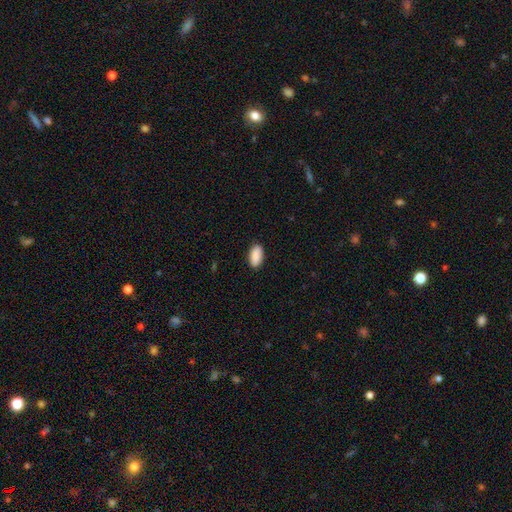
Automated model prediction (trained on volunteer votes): smooth 90%, star or artifact 6%, featured or disk 4%. Down the decision tree: how rounded — in between (93%); merging — none (88%).